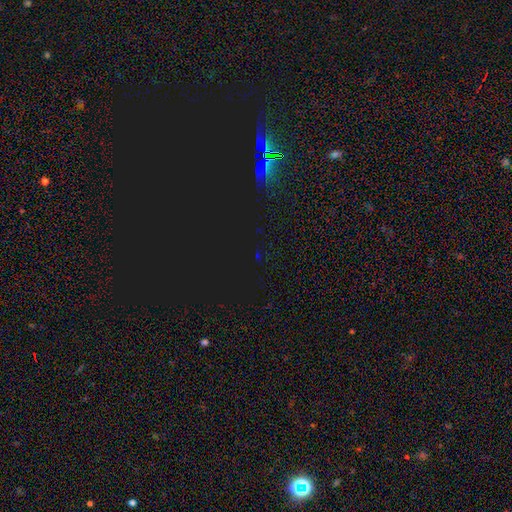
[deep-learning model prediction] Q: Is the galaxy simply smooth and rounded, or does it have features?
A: star or artifact — 79%.